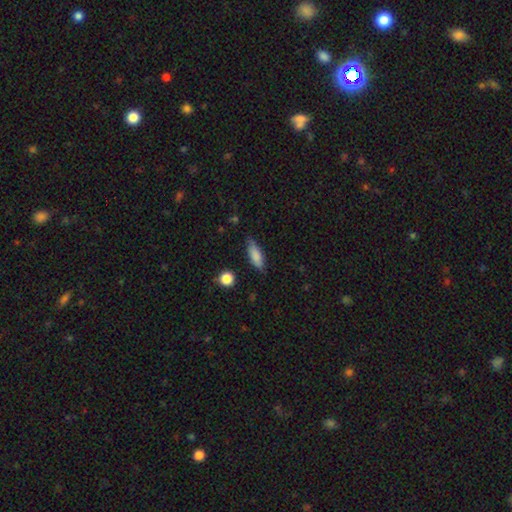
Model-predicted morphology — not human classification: This is likely a smooth galaxy (80%). How rounded: likely in between (67%). Merging: likely none (71%).